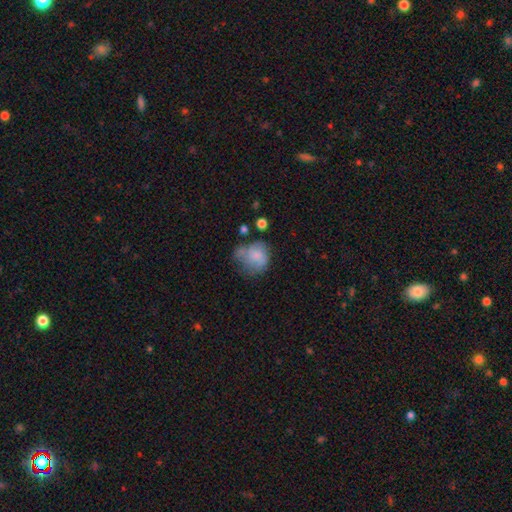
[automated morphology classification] Smooth or featured: smooth — 69% (featured or disk — 22%)
How rounded: round — 64% (in between — 35%)
Merging: none — 33% (minor disturbance — 30%)